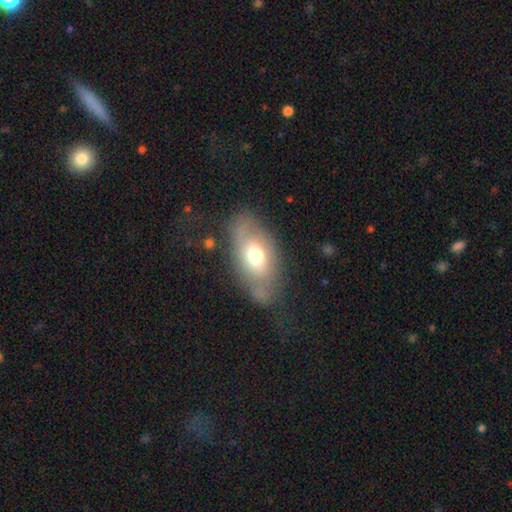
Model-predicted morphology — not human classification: Q: Smooth or featured?
A: smooth (54%); runner-up: featured or disk (37%)
Q: How rounded?
A: in between (88%); runner-up: round (9%)
Q: Merging?
A: none (59%); runner-up: minor disturbance (24%)